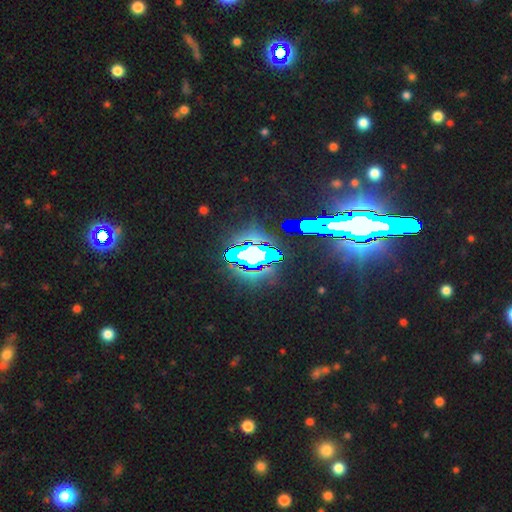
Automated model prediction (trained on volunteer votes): A star or artifact, not a galaxy (83%).